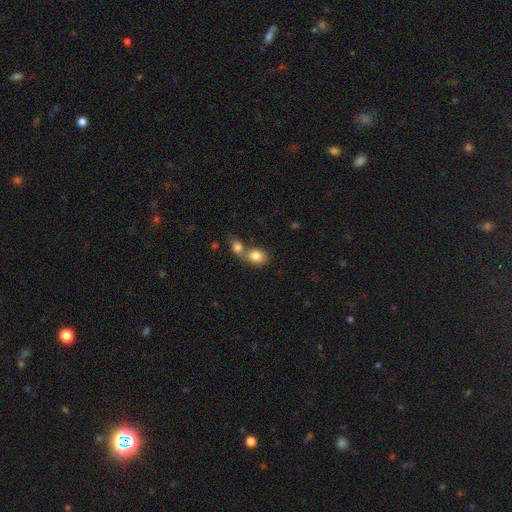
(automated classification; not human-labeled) Smooth or featured? Predicted: smooth (p=0.83). How rounded? Predicted: round (p=0.50). Merging? Predicted: merger (p=0.61).